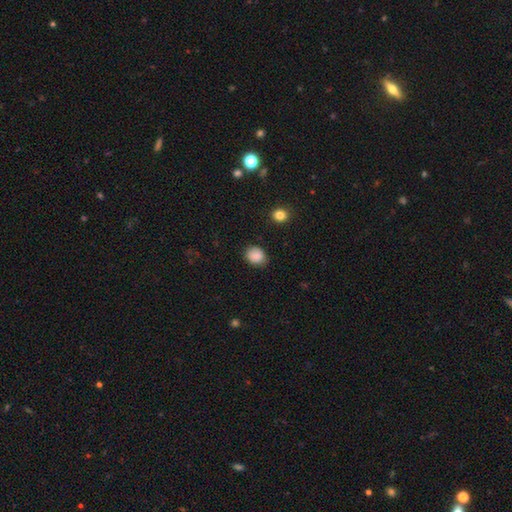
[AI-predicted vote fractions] Smooth or featured?
  - smooth: 87% *
  - star or artifact: 8%
  - featured or disk: 4%
How rounded?
  - round: 59% *
  - in between: 40%
  - cigar-shaped: 1%
Merging?
  - none: 81% *
  - minor disturbance: 14%
  - major disturbance: 3%
  - merger: 1%